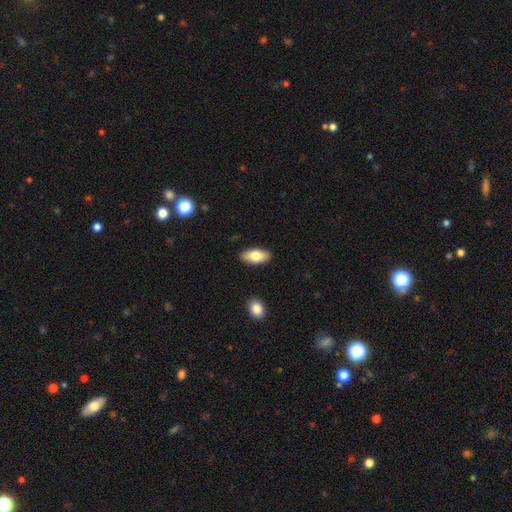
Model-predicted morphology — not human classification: A smooth galaxy with no disk features (78%) that is in between round and cigar-shaped (92%).

Vote fractions:
- Smooth or featured? smooth: 78% / featured or disk: 16% / star or artifact: 6%
- How rounded? in between: 92% / cigar-shaped: 5% / round: 3%
- Merging? none: 89% / minor disturbance: 8% / major disturbance: 2% / merger: 1%